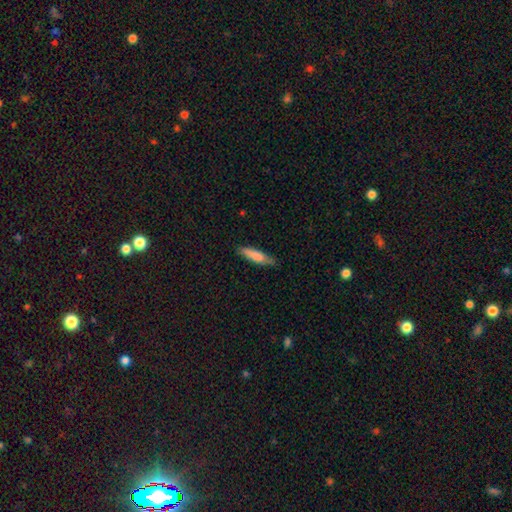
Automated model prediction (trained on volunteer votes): smooth-or-featured: smooth: 79% | featured or disk: 15% | star or artifact: 6%
  how-rounded: cigar-shaped: 75% | in between: 24% | round: 1%
  merging: none: 76% | minor disturbance: 20% | major disturbance: 3% | merger: 1%